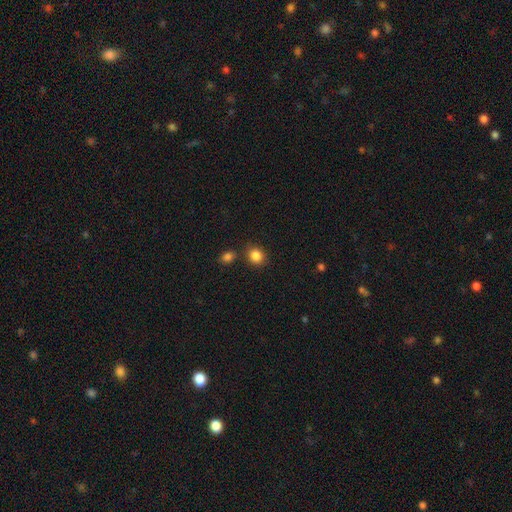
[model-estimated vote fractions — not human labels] Q: Smooth or featured?
A: smooth (86%); runner-up: star or artifact (10%)
Q: How rounded?
A: round (73%); runner-up: in between (26%)
Q: Merging?
A: none (77%); runner-up: minor disturbance (11%)